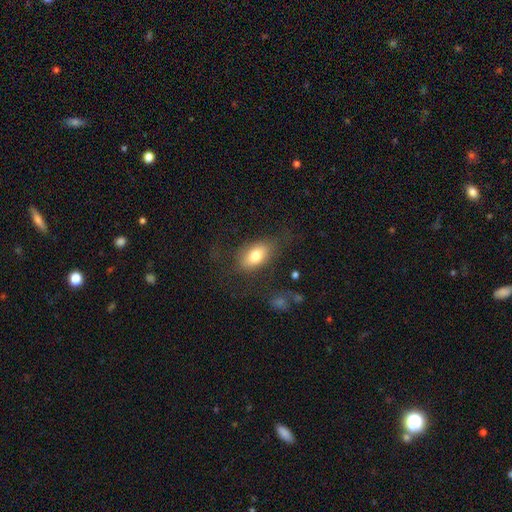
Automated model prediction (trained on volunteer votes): Morphology: type=smooth (74%); roundness=in between (88%); merging=none (65%).